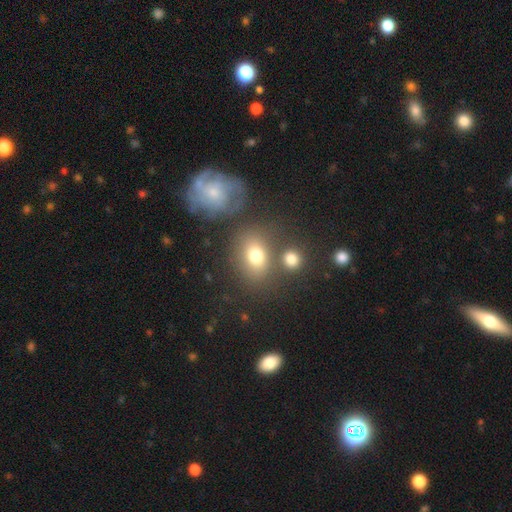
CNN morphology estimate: A smooth galaxy with no disk features (74%) that is in between round and cigar-shaped (56%).

Vote fractions:
- Smooth or featured? smooth: 74% / star or artifact: 13% / featured or disk: 13%
- How rounded? in between: 56% / round: 42% / cigar-shaped: 1%
- Merging? none: 62% / merger: 18% / minor disturbance: 14% / major disturbance: 7%